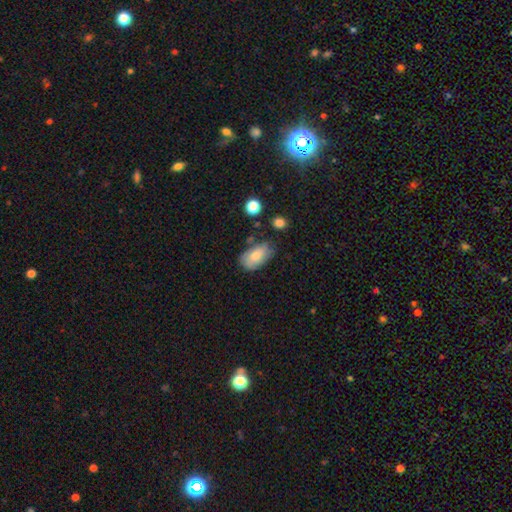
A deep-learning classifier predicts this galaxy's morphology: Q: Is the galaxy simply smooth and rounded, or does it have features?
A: smooth — 75%.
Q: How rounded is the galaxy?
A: in between — 92%.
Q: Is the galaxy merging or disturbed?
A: none — 62%.